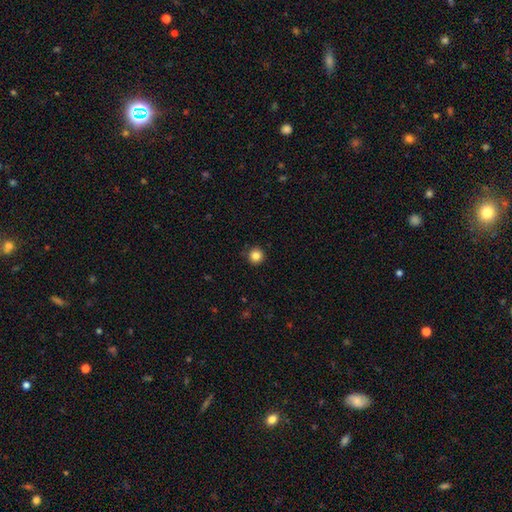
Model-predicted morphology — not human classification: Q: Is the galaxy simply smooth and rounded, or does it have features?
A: smooth — 84%.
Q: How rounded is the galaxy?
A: round — 95%.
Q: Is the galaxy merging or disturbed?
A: none — 90%.